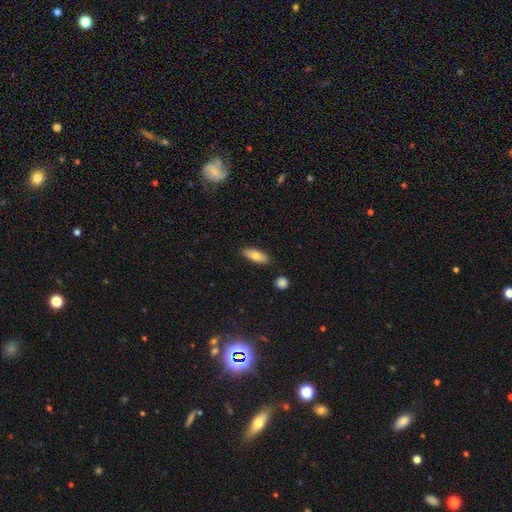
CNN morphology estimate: Overall: smooth (75%). How rounded: in between (76%). Merging: none (87%).